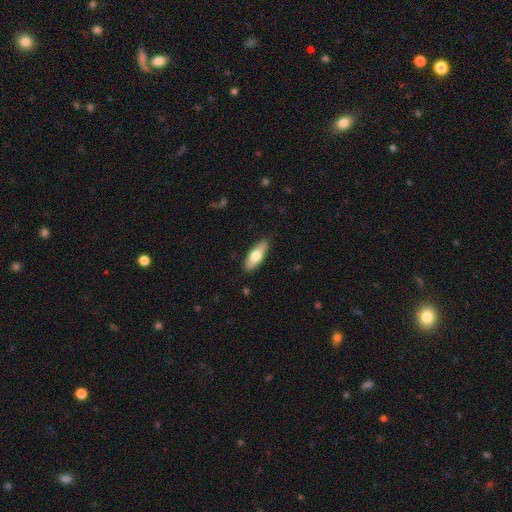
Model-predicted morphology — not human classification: This appears to be a smooth galaxy with no disk features (68%) that is in between round and cigar-shaped (62%). Merging: none (87%).